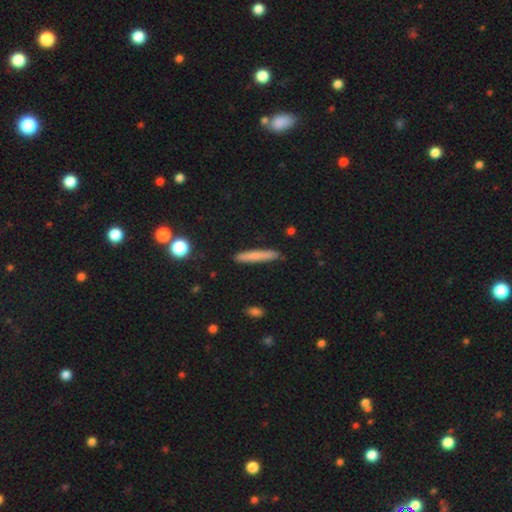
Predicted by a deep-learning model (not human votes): smooth 76%, featured or disk 18%, star or artifact 7%. Down the decision tree: how rounded — cigar-shaped (95%); merging — none (89%).